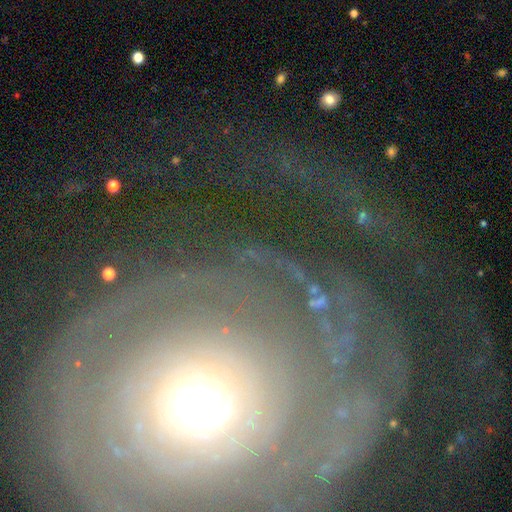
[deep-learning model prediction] smooth-or-featured: star or artifact: 51% | featured or disk: 34% | smooth: 15%